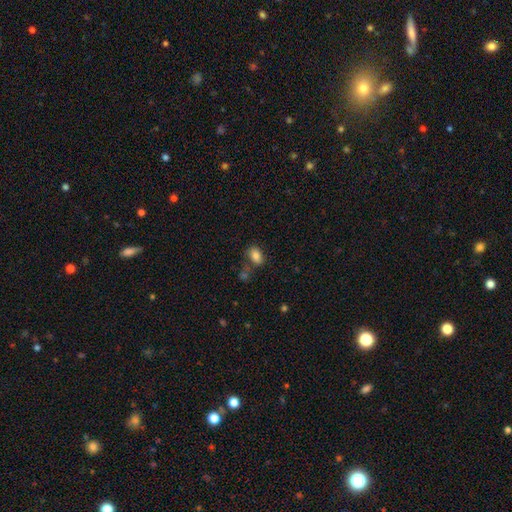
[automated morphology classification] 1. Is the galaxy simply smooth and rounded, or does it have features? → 82% smooth, 10% star or artifact, 8% featured or disk.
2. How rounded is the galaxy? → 87% in between, 12% round, 2% cigar-shaped.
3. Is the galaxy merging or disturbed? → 64% none, 17% minor disturbance, 13% merger, 6% major disturbance.